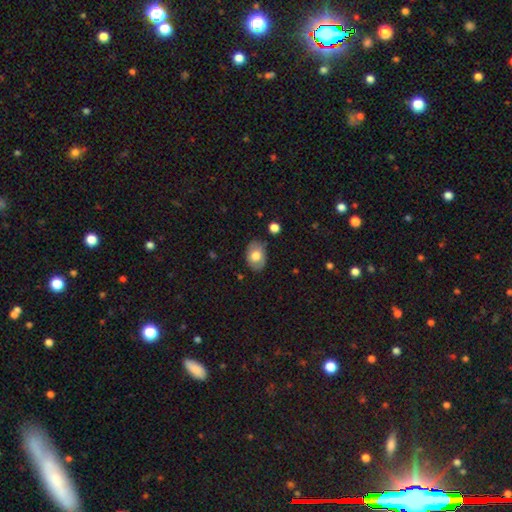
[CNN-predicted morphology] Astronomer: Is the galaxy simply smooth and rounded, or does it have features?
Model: smooth — 69%.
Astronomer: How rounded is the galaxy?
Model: in between — 80%.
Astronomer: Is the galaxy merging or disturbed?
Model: none — 79%.